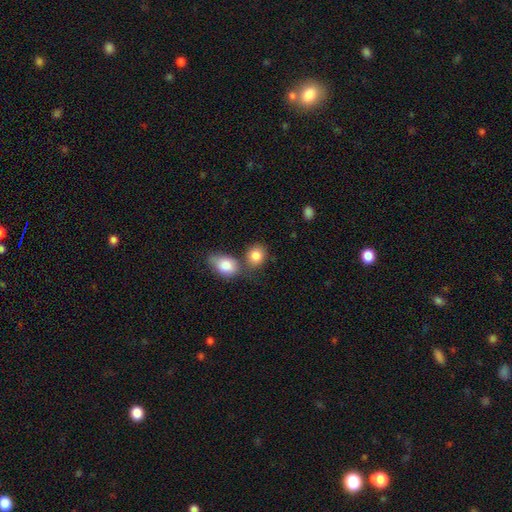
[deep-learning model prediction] Smooth or featured? smooth (85%)
How rounded? round (60%)
Merging? none (51%)